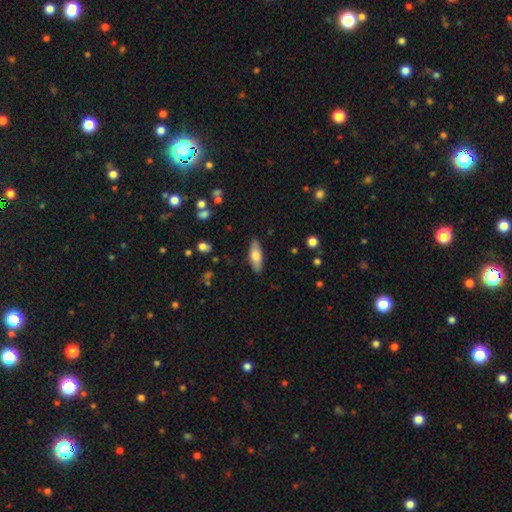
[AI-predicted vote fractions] Smooth or featured: smooth — 72% (featured or disk — 22%)
How rounded: in between — 67% (cigar-shaped — 31%)
Merging: none — 87% (minor disturbance — 10%)